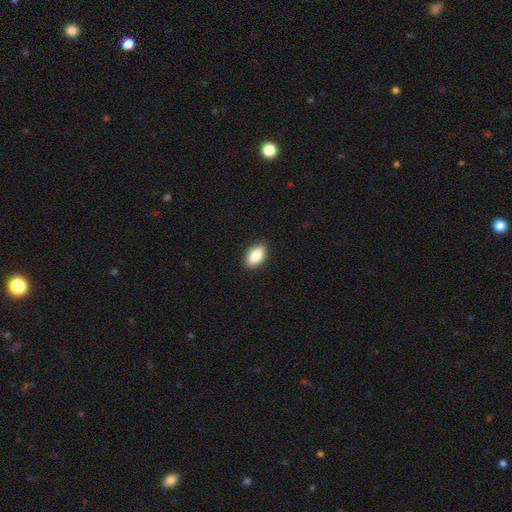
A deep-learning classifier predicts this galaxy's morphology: Q: Smooth or featured?
A: smooth (83%); runner-up: featured or disk (10%)
Q: How rounded?
A: in between (90%); runner-up: cigar-shaped (6%)
Q: Merging?
A: none (89%); runner-up: minor disturbance (8%)